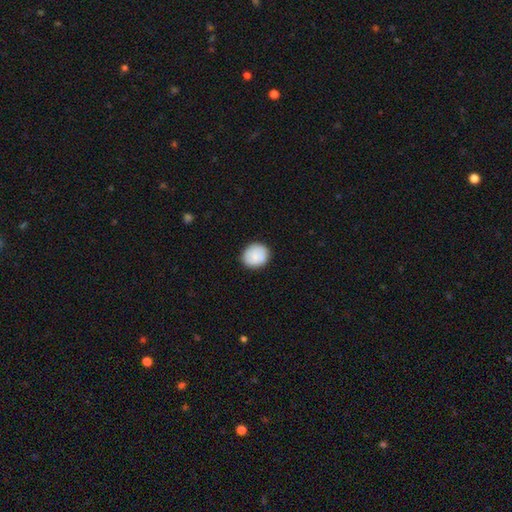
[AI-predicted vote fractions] A smooth galaxy with no disk features (82%) that is round (77%). Merging: none (87%).